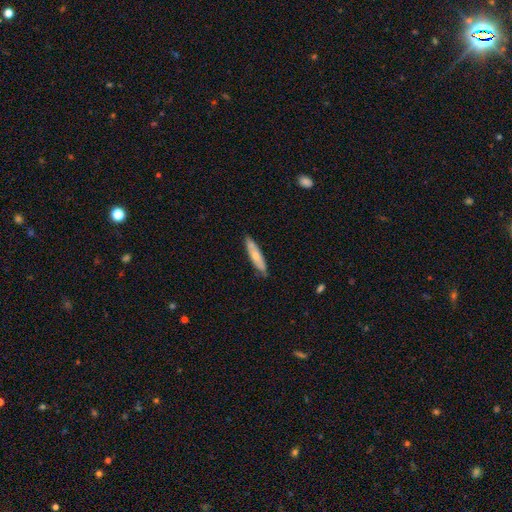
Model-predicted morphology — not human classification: This is possibly a smooth galaxy (60%). How rounded: likely cigar-shaped (78%). Merging: likely none (79%).